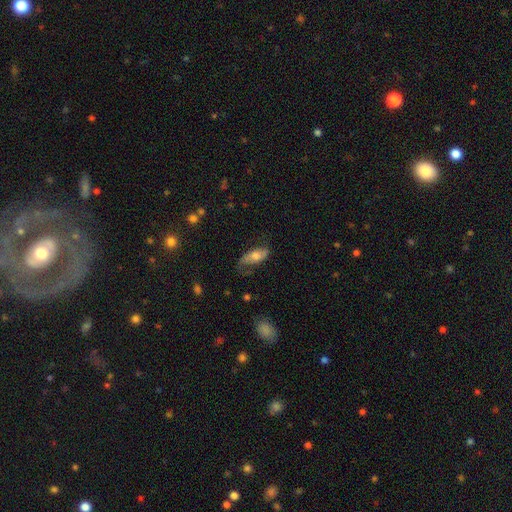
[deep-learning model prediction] smooth-or-featured: smooth: 50% | featured or disk: 43% | star or artifact: 7%
  merging: none: 48% | minor disturbance: 29% | major disturbance: 21% | merger: 2%